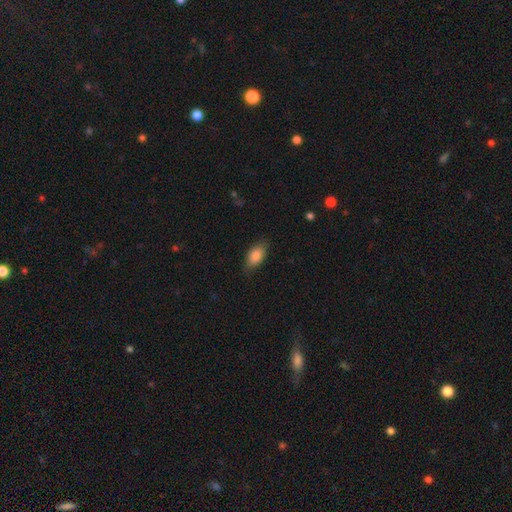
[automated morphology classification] The model was most divided on "merging": none: 78%, minor disturbance: 17%, major disturbance: 3%, merger: 1%. More confident: how rounded — in between (91%); smooth or featured — smooth (84%).